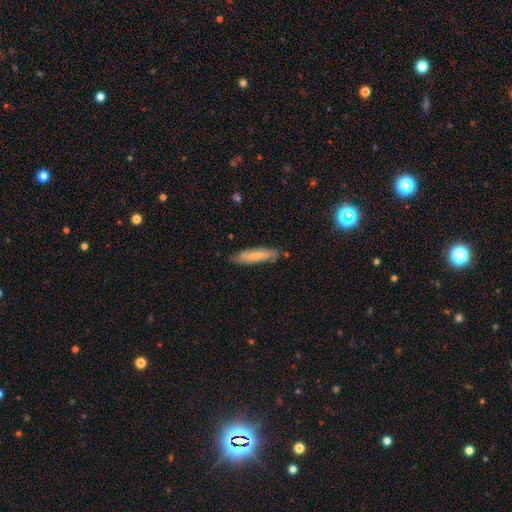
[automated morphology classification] smooth_or_featured: smooth (p=0.57) [alt: featured or disk p=0.37]
how_rounded: cigar-shaped (p=0.76) [alt: in between p=0.23]
merging: none (p=0.79) [alt: minor disturbance p=0.17]